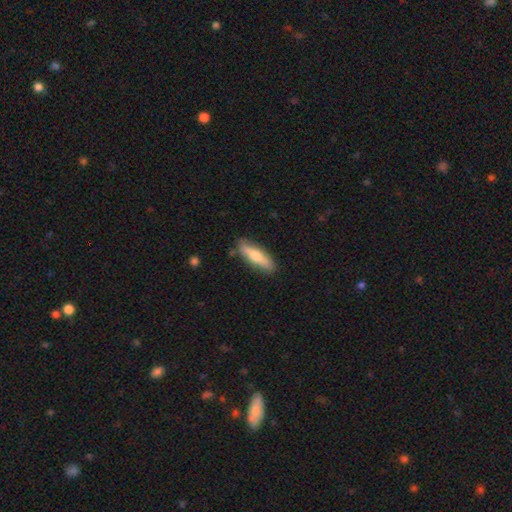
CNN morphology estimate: A smooth galaxy with no disk features (57%) that is cigar-shaped (66%).

Vote fractions:
- Smooth or featured? smooth: 57% / featured or disk: 37% / star or artifact: 5%
- How rounded? cigar-shaped: 66% / in between: 32% / round: 2%
- Merging? none: 85% / minor disturbance: 11% / major disturbance: 2% / merger: 2%